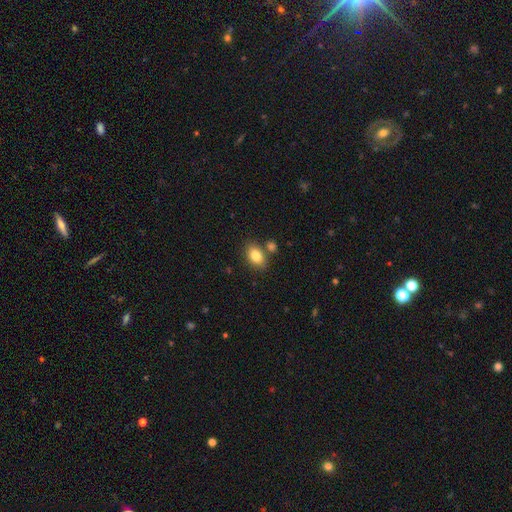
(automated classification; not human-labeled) smooth 84%, star or artifact 8%, featured or disk 8%. Down the decision tree: how rounded — in between (83%); merging — none (70%).